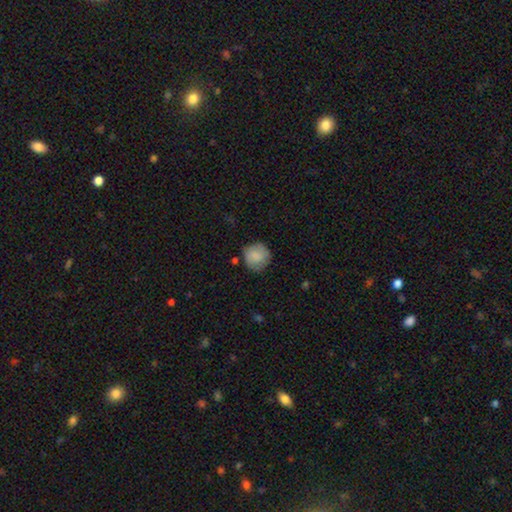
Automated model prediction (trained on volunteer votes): Smooth or featured?
  - smooth: 84% *
  - featured or disk: 9%
  - star or artifact: 7%
How rounded?
  - round: 92% *
  - in between: 7%
  - cigar-shaped: 1%
Merging?
  - none: 75% *
  - minor disturbance: 18%
  - major disturbance: 4%
  - merger: 2%